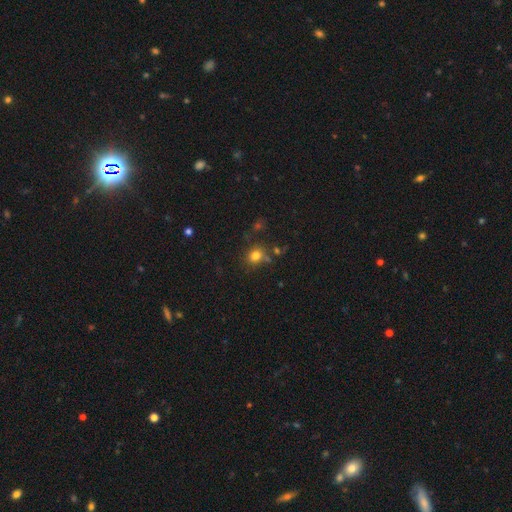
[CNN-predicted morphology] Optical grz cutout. It shows a smooth galaxy with no disk features (78%) that is round (76%). Merging: none (69%).